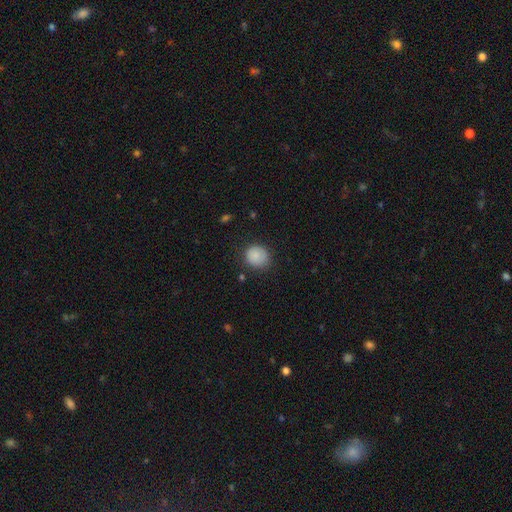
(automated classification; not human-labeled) This appears to be a smooth galaxy with no disk features (86%) that is round (85%). Merging: none (77%).